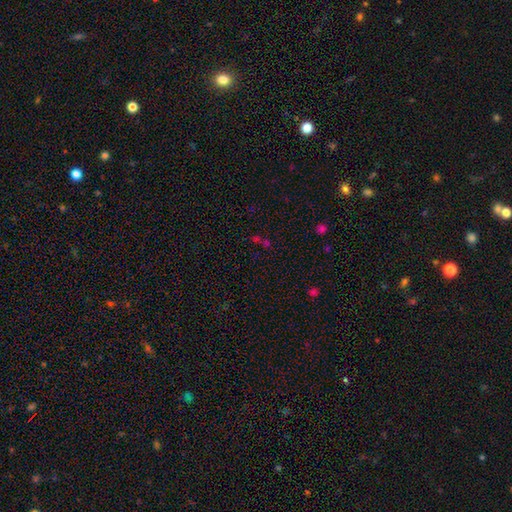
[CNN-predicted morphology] smooth_or_featured: star or artifact (p=0.53) [alt: smooth p=0.37]